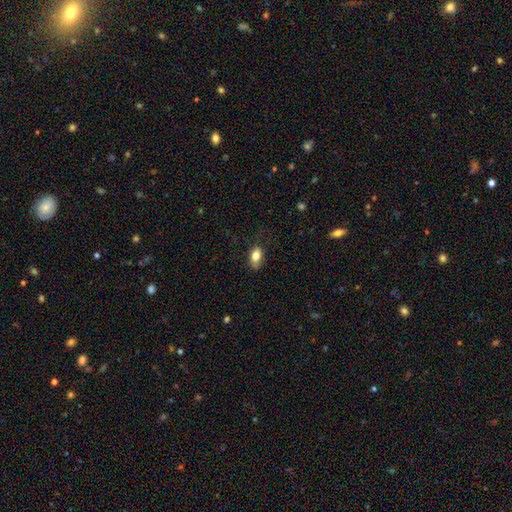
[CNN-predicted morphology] Smooth or featured? Predicted: smooth (p=0.81). How rounded? Predicted: in between (p=0.86). Merging? Predicted: none (p=0.68).